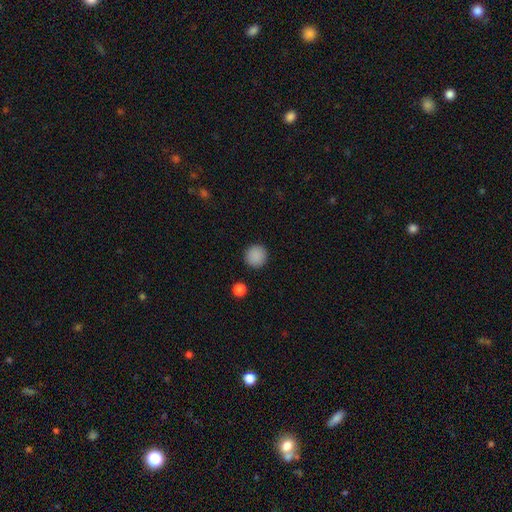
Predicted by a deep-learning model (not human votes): smooth_or_featured: smooth (p=0.89) [alt: star or artifact p=0.09]
how_rounded: round (p=0.95) [alt: in between p=0.04]
merging: none (p=0.92) [alt: minor disturbance p=0.05]